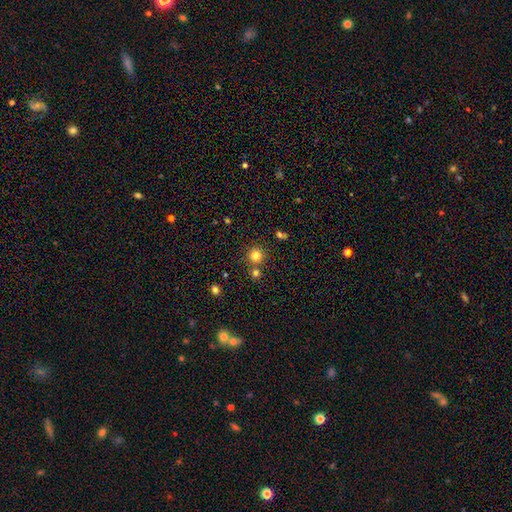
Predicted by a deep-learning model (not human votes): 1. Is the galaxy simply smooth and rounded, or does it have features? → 79% smooth, 15% star or artifact, 6% featured or disk.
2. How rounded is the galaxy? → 93% round, 6% in between, 1% cigar-shaped.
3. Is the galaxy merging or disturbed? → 75% none, 16% merger, 7% minor disturbance, 3% major disturbance.